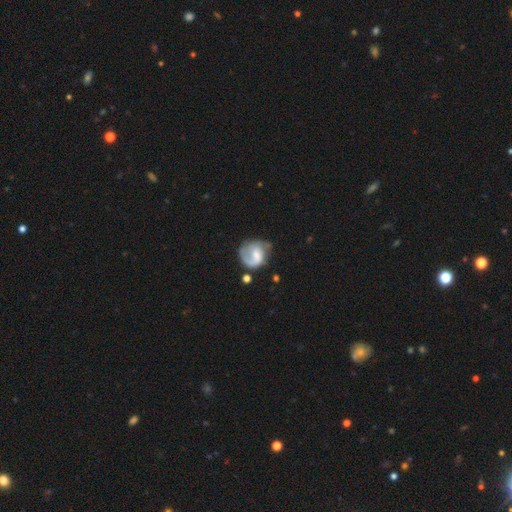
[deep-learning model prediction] This appears to be a featured or disk galaxy (62%) with no bar (50%), 1 (53%) medium (37%) spiral arms (85%) and a small central bulge (37%). Merging: none (49%).